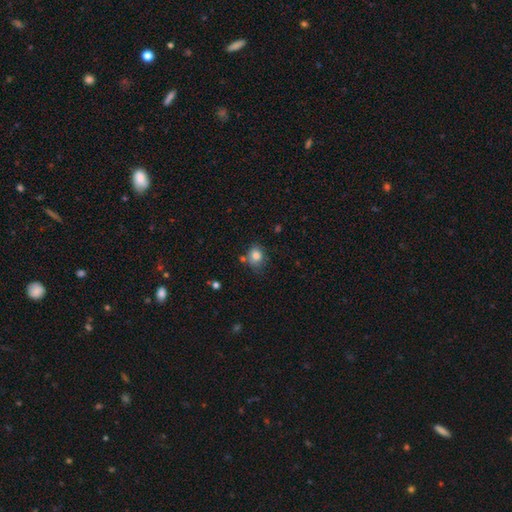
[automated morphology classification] Smooth or featured? smooth (83%)
How rounded? round (62%)
Merging? none (68%)